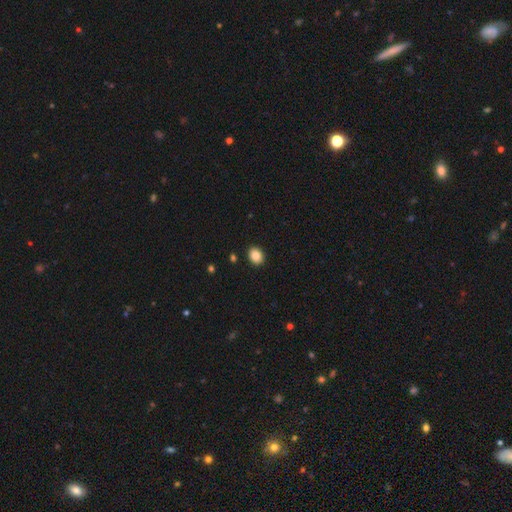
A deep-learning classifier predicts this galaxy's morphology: A smooth galaxy with no disk features (87%) that is in between round and cigar-shaped (57%). Merging: none (90%).